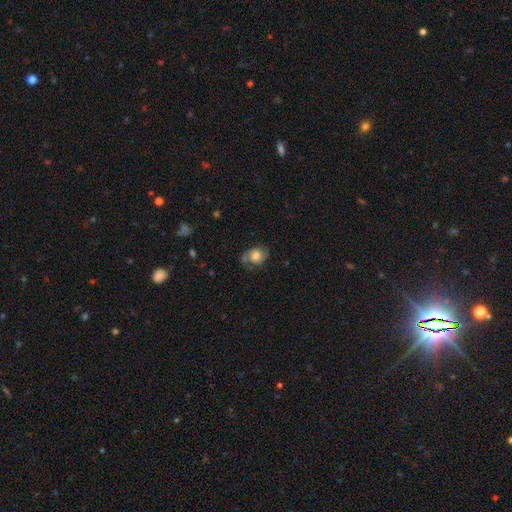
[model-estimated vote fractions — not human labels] Overall: featured or disk (48%; smooth 43%). Merging: none (63%).